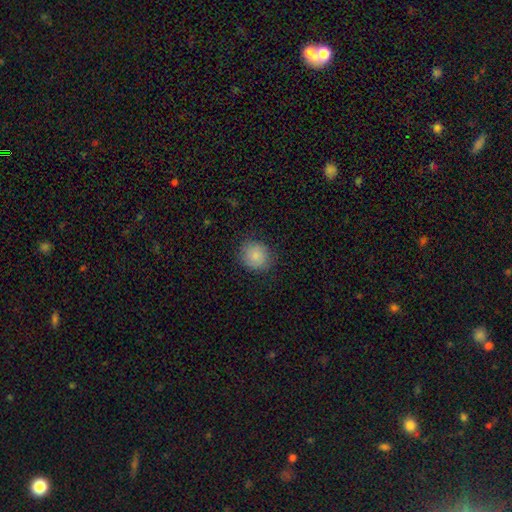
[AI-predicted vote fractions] The model was most divided on "how rounded": round: 85%, in between: 14%, cigar-shaped: 1%. More confident: smooth or featured — smooth (86%); merging — none (84%).